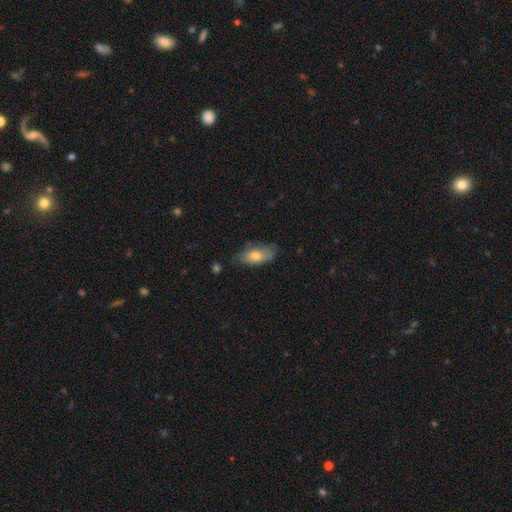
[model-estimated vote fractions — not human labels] A smooth galaxy with no disk features (71%) that is in between round and cigar-shaped (85%). Merging: none (65%).